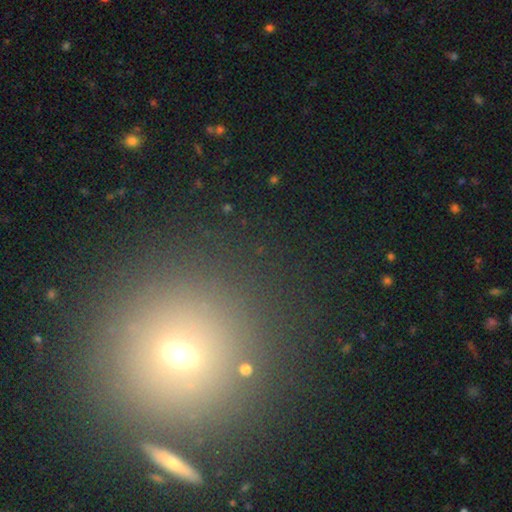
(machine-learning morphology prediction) smooth-or-featured: smooth: 46% | star or artifact: 41% | featured or disk: 13%
  merging: none: 86% | minor disturbance: 7% | merger: 4% | major disturbance: 4%